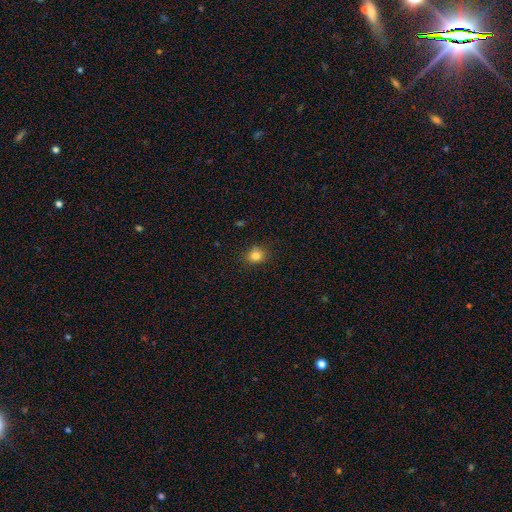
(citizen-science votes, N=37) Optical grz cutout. It shows a smooth galaxy with no disk features (95%) that is round (69%). Merging: none (75%).